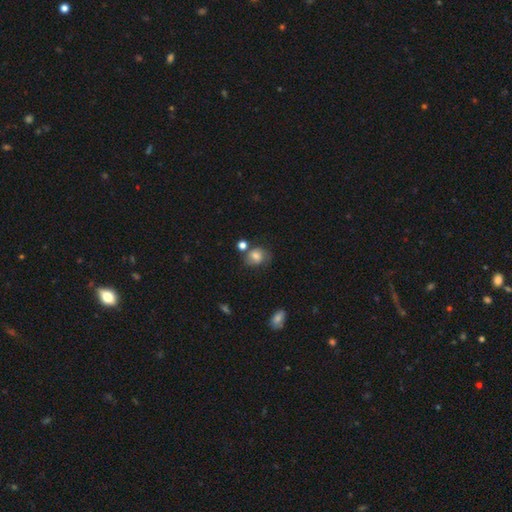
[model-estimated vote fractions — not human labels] Smooth or featured?
  - smooth: 71% *
  - featured or disk: 18%
  - star or artifact: 11%
How rounded?
  - round: 58% *
  - in between: 41%
  - cigar-shaped: 1%
Merging?
  - none: 53% *
  - minor disturbance: 24%
  - merger: 13%
  - major disturbance: 10%